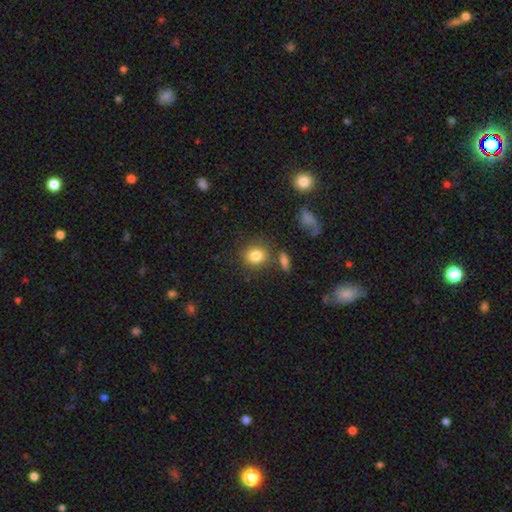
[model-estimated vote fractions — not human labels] This appears to be a smooth galaxy with no disk features (83%) that is round (71%). Merging: none (76%).